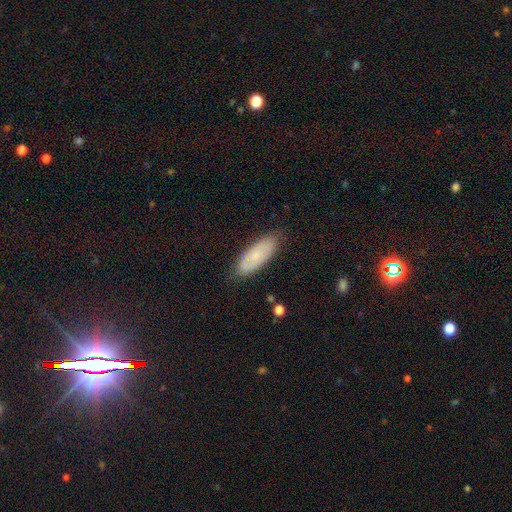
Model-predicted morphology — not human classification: Smooth or featured: smooth — 60% (featured or disk — 33%)
How rounded: in between — 74% (cigar-shaped — 24%)
Merging: none — 79% (minor disturbance — 17%)